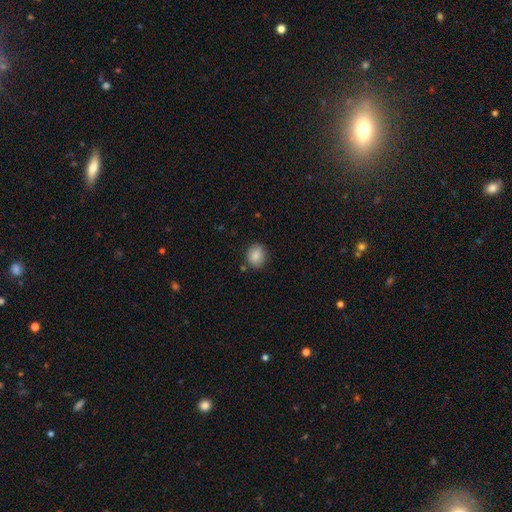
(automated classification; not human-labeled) Overall: smooth (86%). How rounded: round (67%; in between 32%). Merging: none (83%).